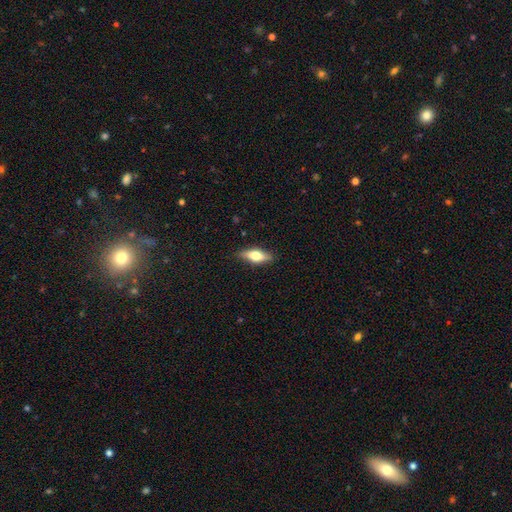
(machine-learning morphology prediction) smooth 57%, featured or disk 36%, star or artifact 7%. Down the decision tree: how rounded — in between (65%); merging — none (84%).